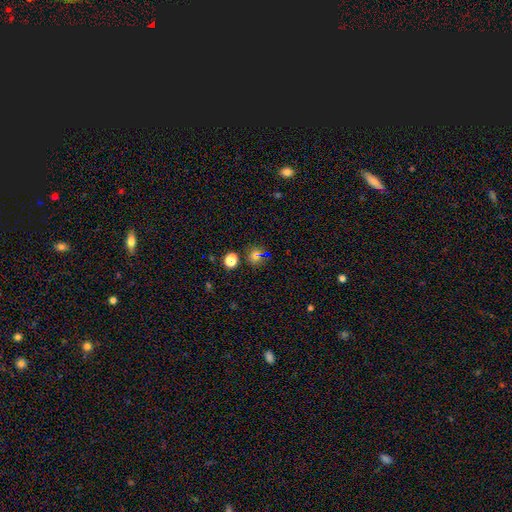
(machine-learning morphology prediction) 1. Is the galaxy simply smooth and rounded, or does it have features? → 62% smooth, 30% star or artifact, 8% featured or disk.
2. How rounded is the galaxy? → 86% round, 13% in between, 1% cigar-shaped.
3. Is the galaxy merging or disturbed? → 81% none, 9% minor disturbance, 6% merger, 4% major disturbance.